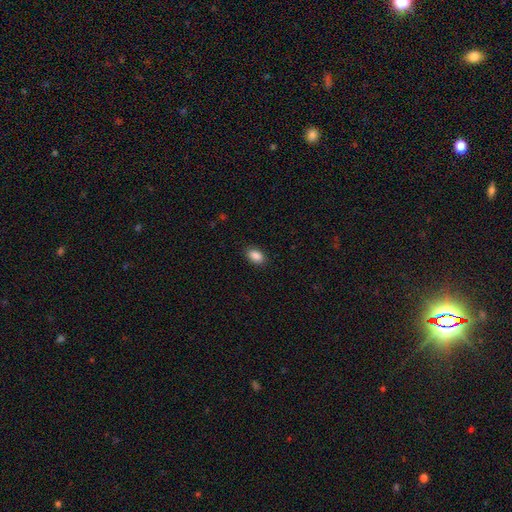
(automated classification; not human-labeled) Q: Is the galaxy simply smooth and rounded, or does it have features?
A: smooth — 89%.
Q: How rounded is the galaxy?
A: in between — 88%.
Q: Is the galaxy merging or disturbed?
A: none — 88%.